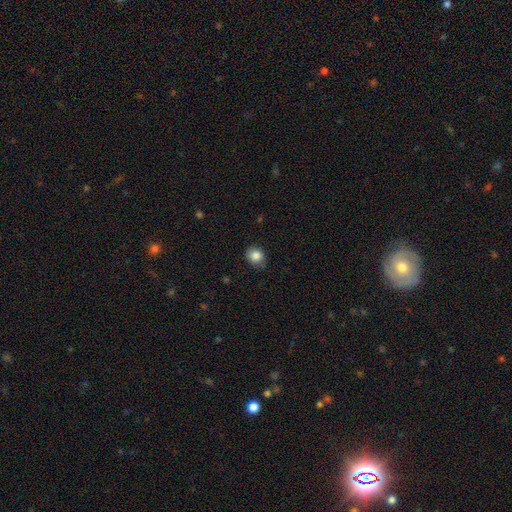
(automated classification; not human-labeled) Smooth or featured? Predicted: smooth (p=0.85). How rounded? Predicted: round (p=0.72). Merging? Predicted: none (p=0.75).